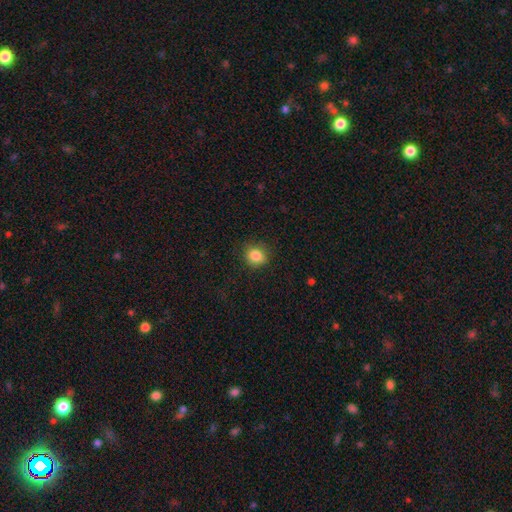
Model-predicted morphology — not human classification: This appears to be a smooth galaxy with no disk features (84%) that is round (76%). Merging: none (85%).